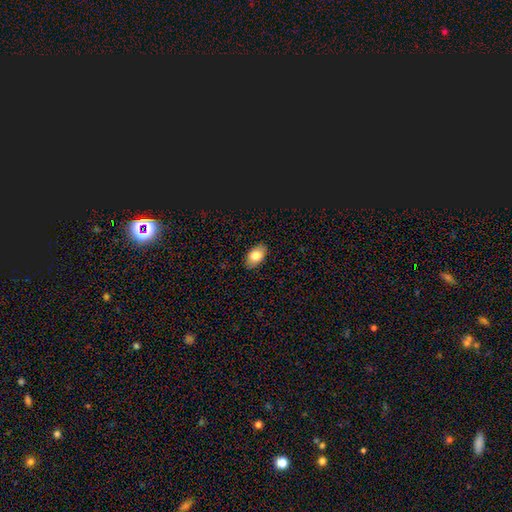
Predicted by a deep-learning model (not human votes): Overall: smooth (83%). How rounded: in between (91%). Merging: none (87%).